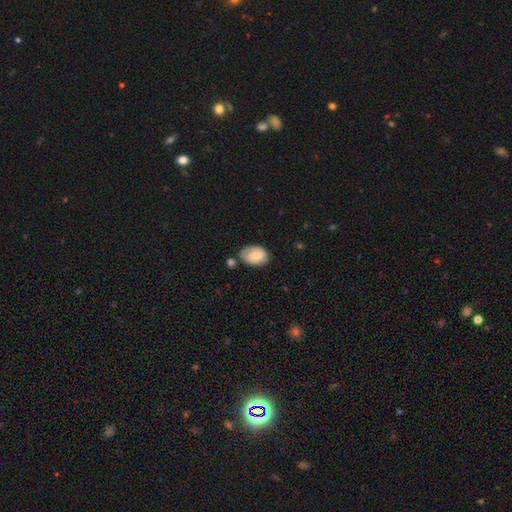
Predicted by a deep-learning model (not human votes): Overall: smooth (61%; featured or disk 32%). How rounded: in between (85%). Merging: none (58%; minor disturbance 26%).